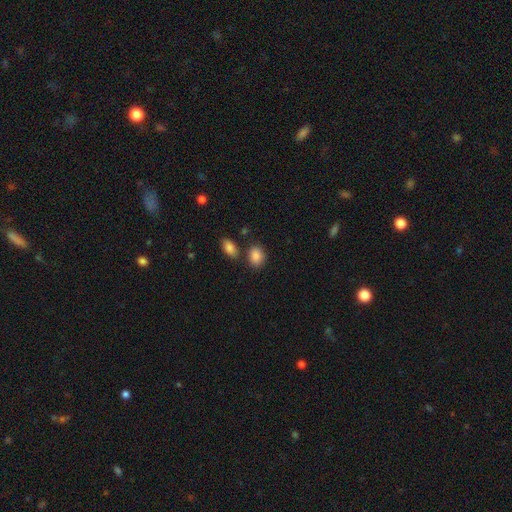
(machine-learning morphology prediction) This is clearly a smooth galaxy (86%). How rounded: likely in between (62%). Merging: likely none (74%).